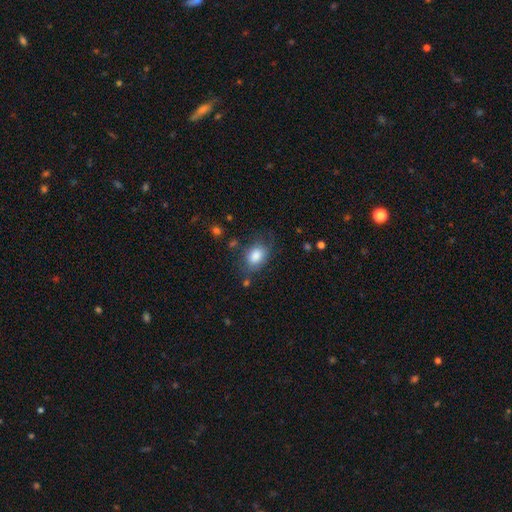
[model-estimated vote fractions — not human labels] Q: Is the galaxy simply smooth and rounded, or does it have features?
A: smooth — 83%.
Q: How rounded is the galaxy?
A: in between — 77%.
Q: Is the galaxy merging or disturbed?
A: none — 63%.